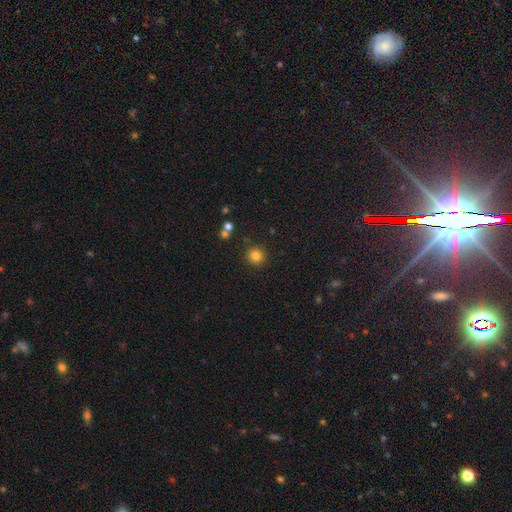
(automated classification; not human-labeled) smooth_or_featured: smooth (p=0.82) [alt: star or artifact p=0.13]
how_rounded: round (p=0.91) [alt: in between p=0.08]
merging: none (p=0.88) [alt: minor disturbance p=0.07]